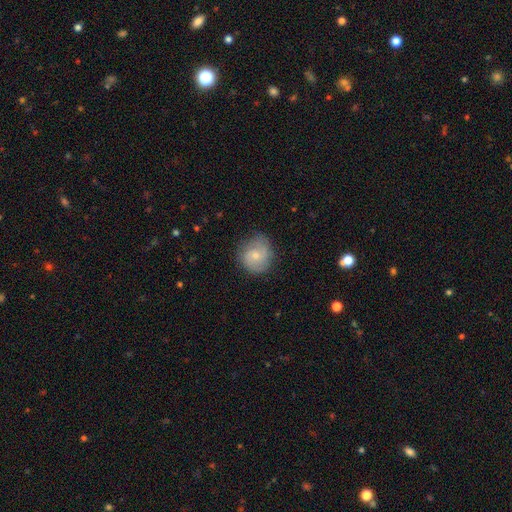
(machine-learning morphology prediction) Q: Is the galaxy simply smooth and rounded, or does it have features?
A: featured or disk — 53%.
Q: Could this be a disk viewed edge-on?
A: no — 98%.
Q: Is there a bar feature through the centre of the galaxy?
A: no — 63%.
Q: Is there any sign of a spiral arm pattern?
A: yes — 88%.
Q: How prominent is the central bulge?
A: small — 53%.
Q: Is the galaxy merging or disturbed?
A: none — 76%.